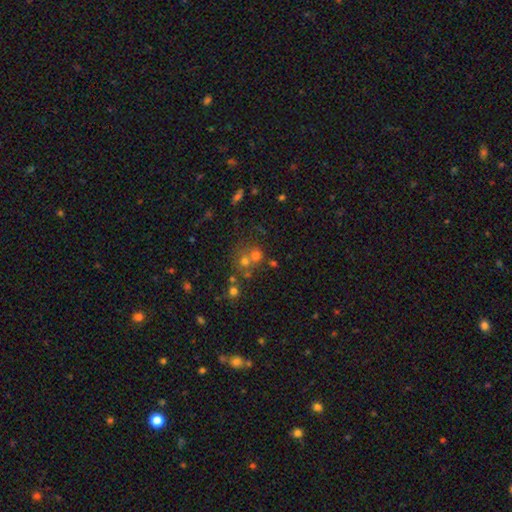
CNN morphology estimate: Smooth or featured? smooth (60%)
How rounded? round (83%)
Merging? none (45%)